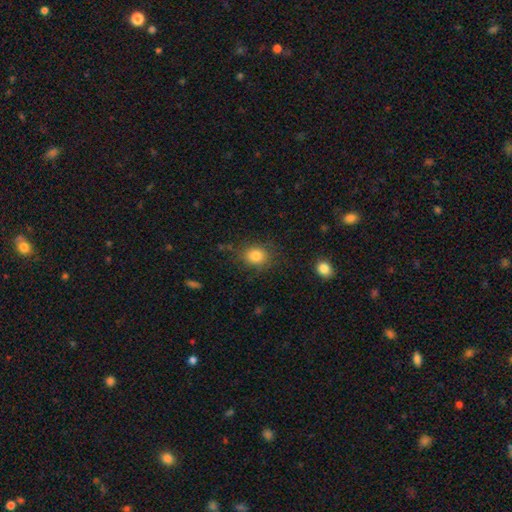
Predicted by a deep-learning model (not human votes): Q: Smooth or featured?
A: smooth (83%); runner-up: star or artifact (10%)
Q: How rounded?
A: round (64%); runner-up: in between (35%)
Q: Merging?
A: none (81%); runner-up: minor disturbance (13%)